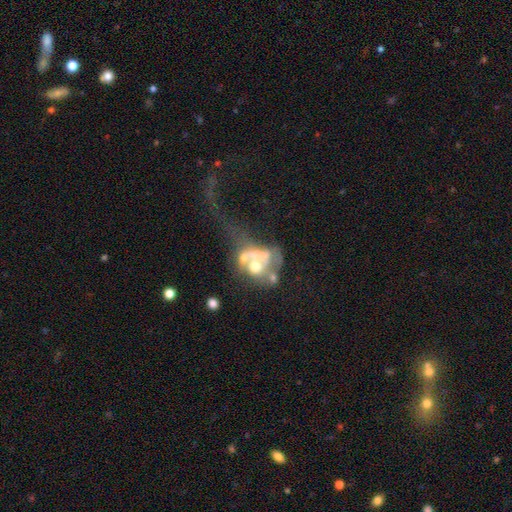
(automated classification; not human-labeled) Smooth or featured? Predicted: featured or disk (p=0.57). Edge-on disk? Predicted: no (p=0.95). Bar? Predicted: no (p=0.83). Spiral arms? Predicted: no (p=0.81). Bulge size? Predicted: moderate (p=0.47). Merging? Predicted: merger (p=0.45).